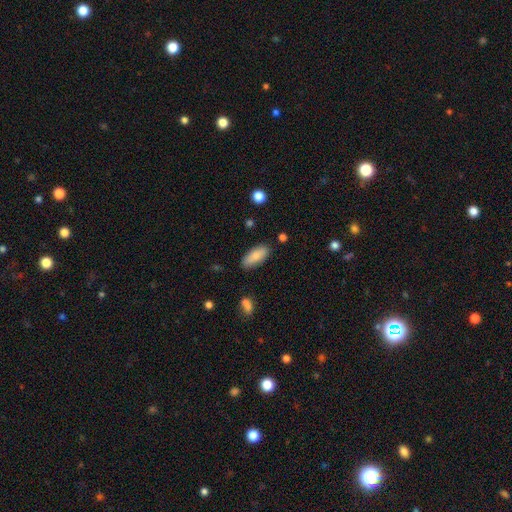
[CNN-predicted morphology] type=smooth (83%); roundness=in between (82%); merging=none (83%).